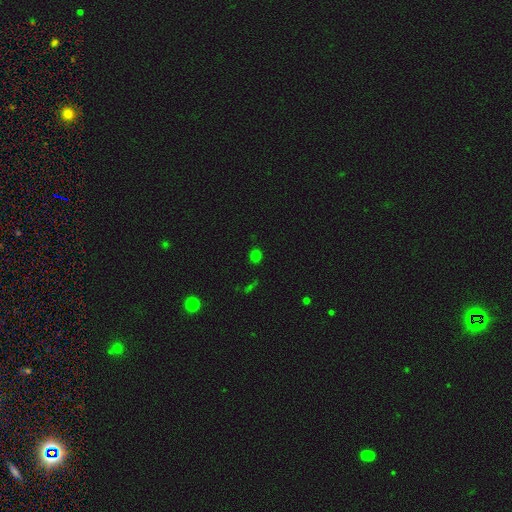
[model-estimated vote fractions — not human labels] Smooth or featured? Predicted: smooth (p=0.73). How rounded? Predicted: round (p=0.71). Merging? Predicted: none (p=0.85).